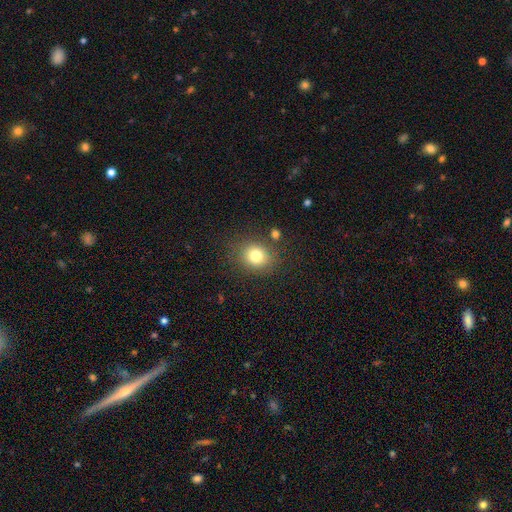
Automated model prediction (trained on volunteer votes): Q: Smooth or featured?
A: smooth (78%); runner-up: star or artifact (12%)
Q: How rounded?
A: round (71%); runner-up: in between (29%)
Q: Merging?
A: none (81%); runner-up: minor disturbance (11%)